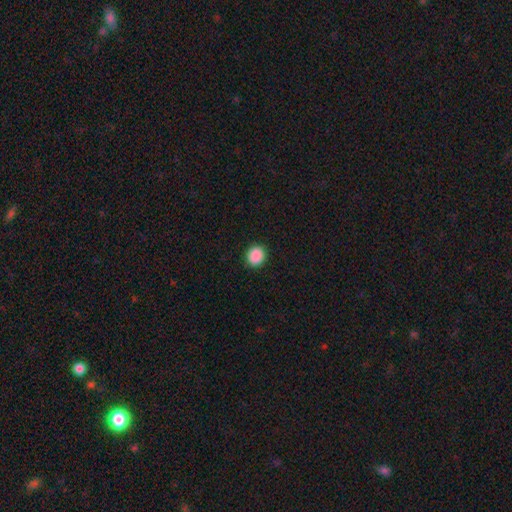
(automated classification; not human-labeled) Smooth or featured?
  - smooth: 90% *
  - star or artifact: 8%
  - featured or disk: 2%
How rounded?
  - round: 81% *
  - in between: 18%
  - cigar-shaped: 1%
Merging?
  - none: 92% *
  - minor disturbance: 5%
  - major disturbance: 2%
  - merger: 1%